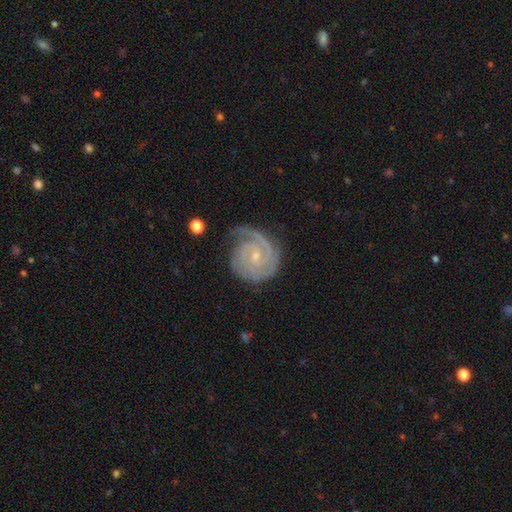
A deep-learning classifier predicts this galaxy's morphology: This appears to be a featured or disk galaxy (91%) with no bar (61%), 2 (44%) tight (75%) spiral arms (98%) and a small central bulge (74%). Merging: none (70%).